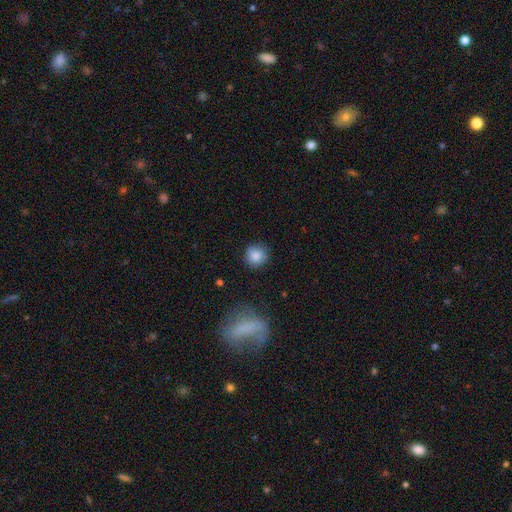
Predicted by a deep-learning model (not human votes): Overall: smooth (85%). How rounded: round (89%). Merging: none (84%).